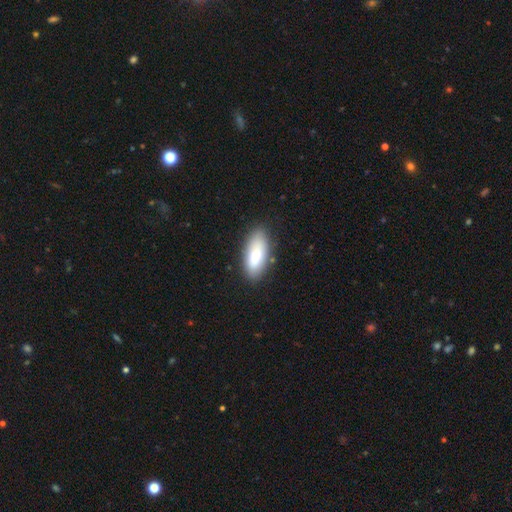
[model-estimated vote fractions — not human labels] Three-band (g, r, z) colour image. It shows a smooth galaxy with no disk features (75%) that is in between round and cigar-shaped (86%). Merging: none (83%).